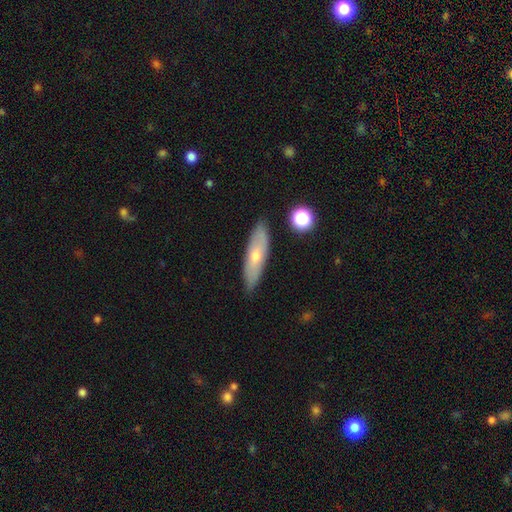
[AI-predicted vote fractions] Morphology: type=smooth (52%); roundness=cigar-shaped (59%); merging=none (85%).